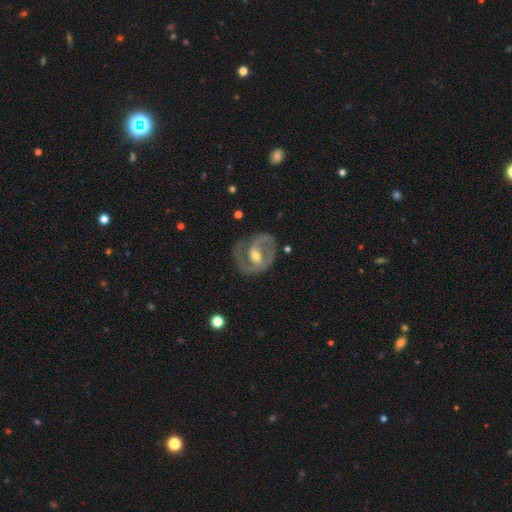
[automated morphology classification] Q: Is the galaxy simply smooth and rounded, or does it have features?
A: featured or disk — 85%.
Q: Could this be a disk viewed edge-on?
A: no — 96%.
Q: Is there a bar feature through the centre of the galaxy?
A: weak — 42%.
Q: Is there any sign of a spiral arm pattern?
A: yes — 87%.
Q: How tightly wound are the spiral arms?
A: medium — 47%.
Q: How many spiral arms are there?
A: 2 — 80%.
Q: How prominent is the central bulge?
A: moderate — 65%.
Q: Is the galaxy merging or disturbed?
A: none — 74%.